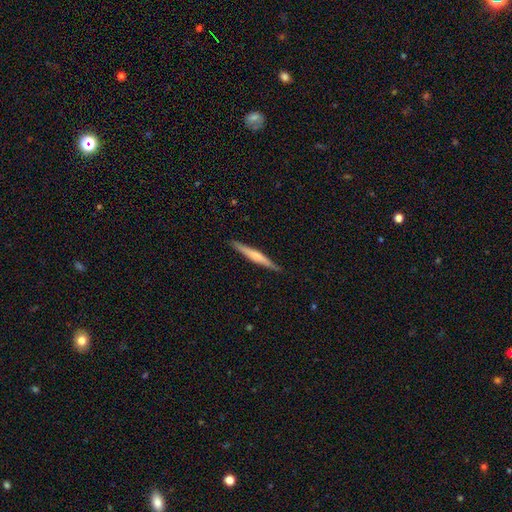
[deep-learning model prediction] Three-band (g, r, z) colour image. It shows a featured or disk galaxy (50%). Merging: none (89%).